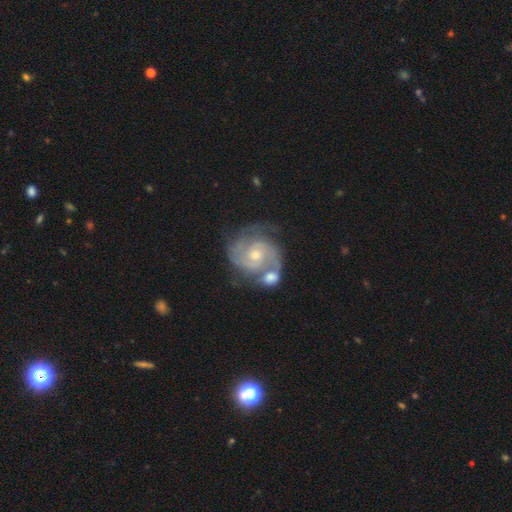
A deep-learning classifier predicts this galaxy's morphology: smooth_or_featured: featured or disk (p=0.89) [alt: smooth p=0.06]
disk_edge_on: no (p=0.98) [alt: yes p=0.02]
bar: no (p=0.66) [alt: weak p=0.28]
has_spiral_arms: yes (p=0.97) [alt: no p=0.03]
spiral_winding: tight (p=0.53) [alt: medium p=0.40]
spiral_arm_count: 2 (p=0.66) [alt: 3 p=0.15]
bulge_size: moderate (p=0.50) [alt: small p=0.46]
merging: none (p=0.43) [alt: merger p=0.34]